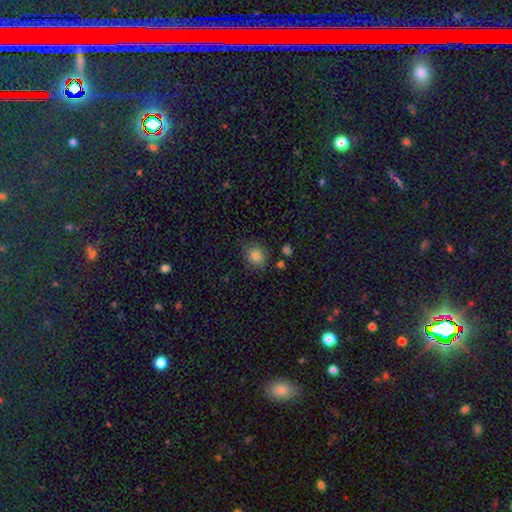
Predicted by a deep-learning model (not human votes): Smooth or featured: smooth — 82% (star or artifact — 11%)
How rounded: round — 76% (in between — 23%)
Merging: none — 77% (minor disturbance — 16%)